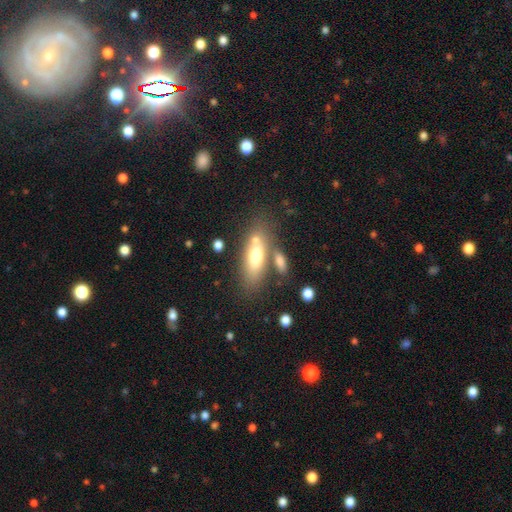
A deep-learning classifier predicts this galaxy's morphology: A smooth galaxy with no disk features (67%) that is in between round and cigar-shaped (70%).

Vote fractions:
- Smooth or featured? smooth: 67% / featured or disk: 25% / star or artifact: 8%
- How rounded? in between: 70% / cigar-shaped: 25% / round: 4%
- Merging? none: 56% / merger: 24% / minor disturbance: 14% / major disturbance: 7%